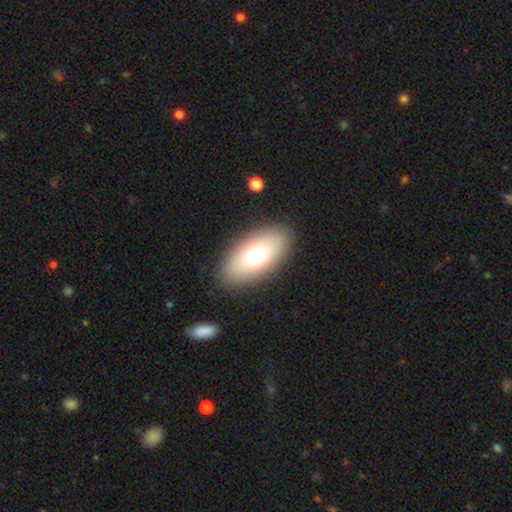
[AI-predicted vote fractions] Smooth or featured? smooth (69%)
How rounded? in between (89%)
Merging? none (87%)